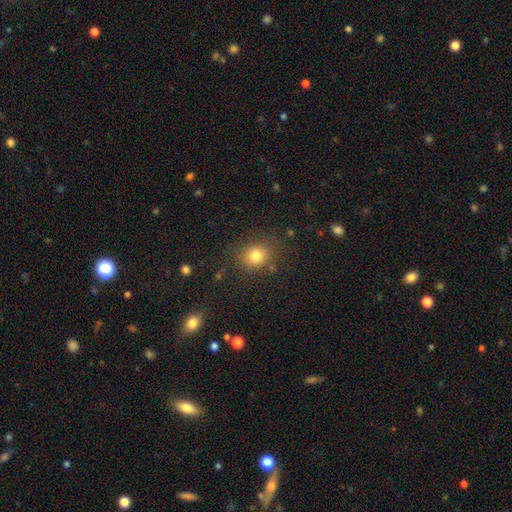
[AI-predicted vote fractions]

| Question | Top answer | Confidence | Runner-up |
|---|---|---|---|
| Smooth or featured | smooth | 80% | star or artifact (13%) |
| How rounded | round | 74% | in between (25%) |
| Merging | none | 81% | minor disturbance (12%) |